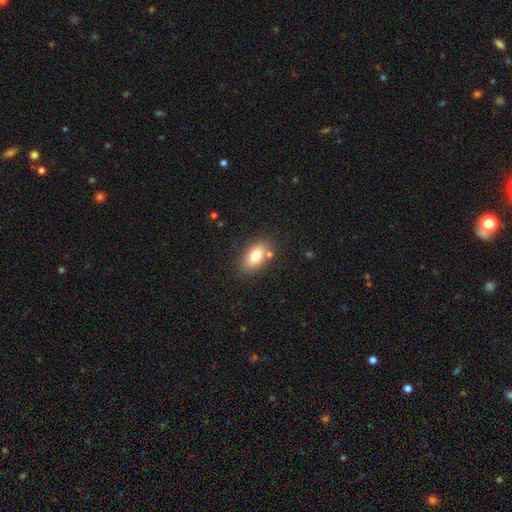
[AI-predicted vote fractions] Smooth or featured?
  - smooth: 77% *
  - featured or disk: 15%
  - star or artifact: 9%
How rounded?
  - in between: 88% *
  - round: 9%
  - cigar-shaped: 3%
Merging?
  - none: 77% *
  - minor disturbance: 12%
  - merger: 7%
  - major disturbance: 3%